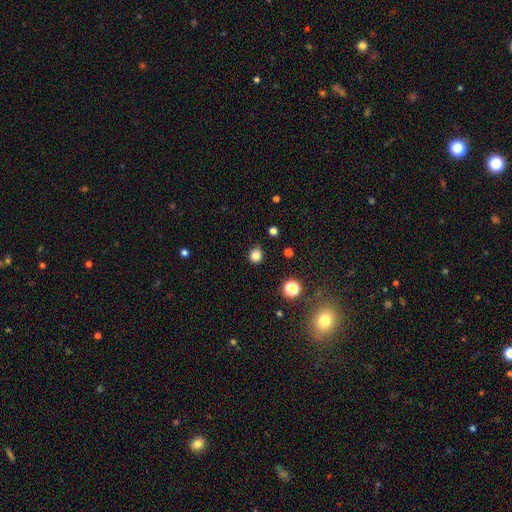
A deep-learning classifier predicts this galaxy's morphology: This appears to be a smooth galaxy with no disk features (82%) that is round (87%). Merging: none (85%).